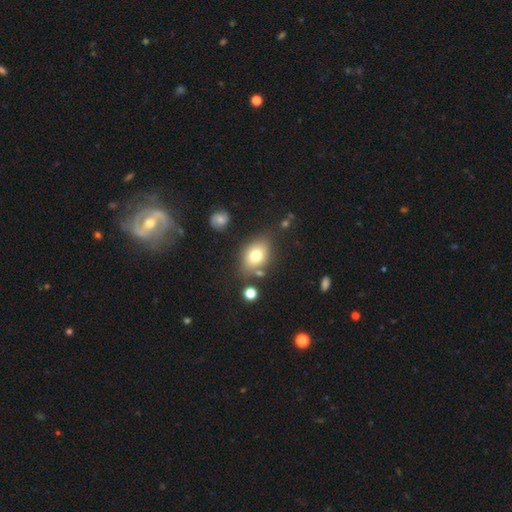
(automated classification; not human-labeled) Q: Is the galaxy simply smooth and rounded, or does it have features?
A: smooth — 74%.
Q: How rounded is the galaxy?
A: in between — 71%.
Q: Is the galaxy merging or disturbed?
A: none — 71%.